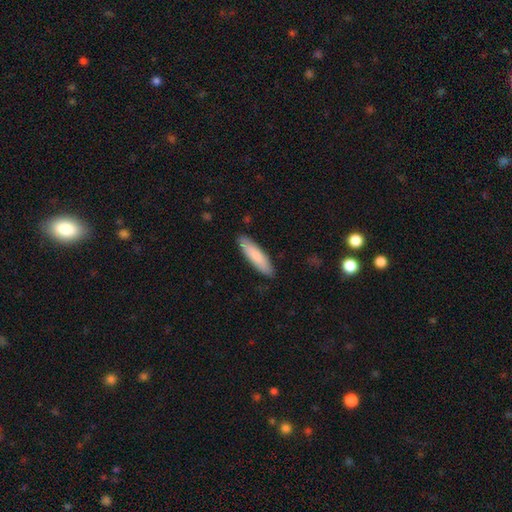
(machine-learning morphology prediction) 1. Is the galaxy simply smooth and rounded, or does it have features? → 82% smooth, 13% featured or disk, 5% star or artifact.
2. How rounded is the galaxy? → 73% cigar-shaped, 26% in between, 1% round.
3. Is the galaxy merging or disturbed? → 88% none, 9% minor disturbance, 2% major disturbance, 1% merger.